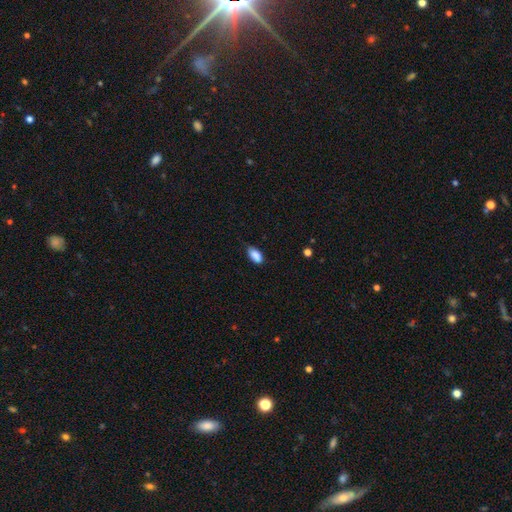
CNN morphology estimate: smooth 88%, star or artifact 7%, featured or disk 5%. Down the decision tree: how rounded — in between (91%); merging — none (74%).